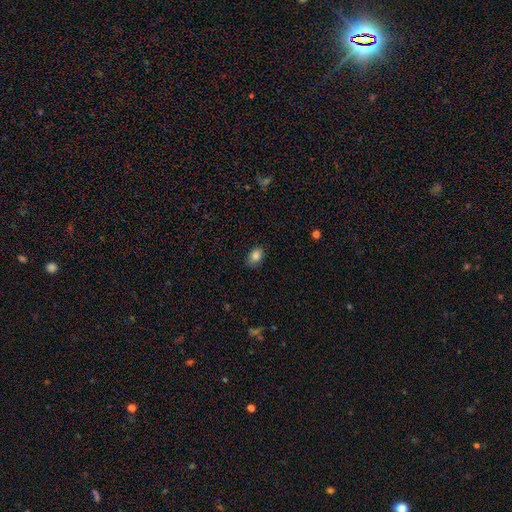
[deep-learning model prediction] This is clearly a smooth galaxy (85%). How rounded: likely in between (77%). Merging: likely none (80%).